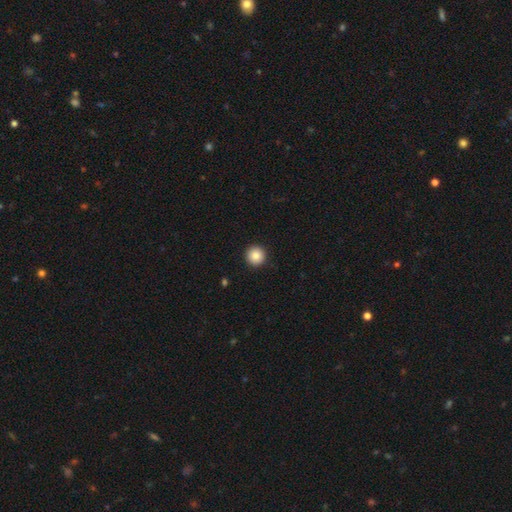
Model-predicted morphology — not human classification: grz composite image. It shows a smooth galaxy with no disk features (86%) that is round (96%). Merging: none (93%).